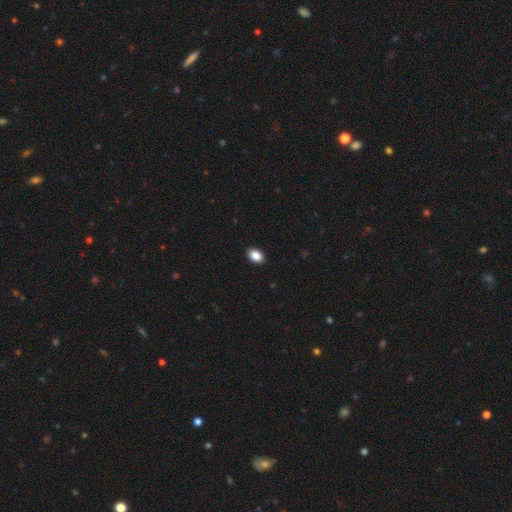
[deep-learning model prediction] Smooth or featured: smooth — 88% (star or artifact — 8%)
How rounded: in between — 86% (round — 13%)
Merging: none — 91% (minor disturbance — 7%)